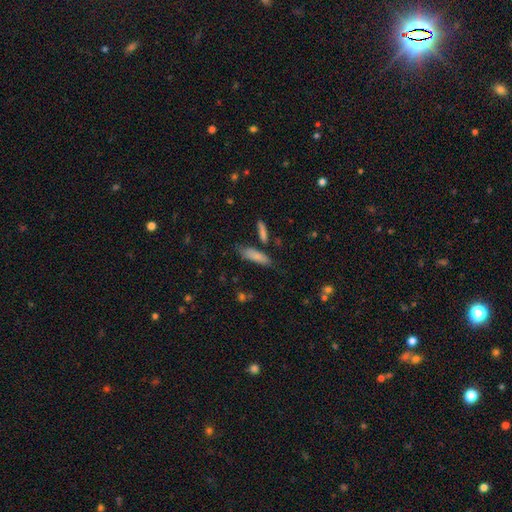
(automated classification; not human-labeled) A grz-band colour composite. It shows a smooth galaxy with no disk features (80%) that is cigar-shaped (55%). Merging: none (68%).